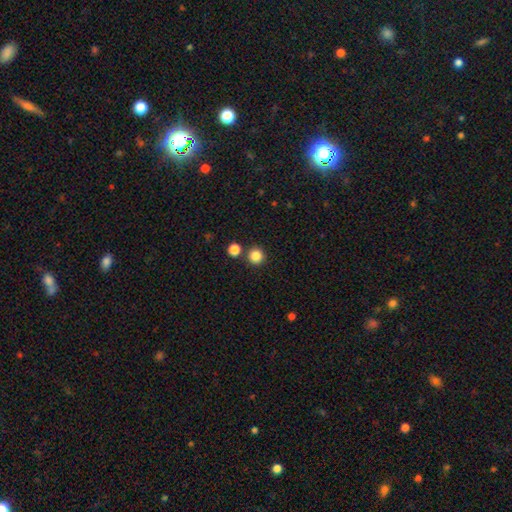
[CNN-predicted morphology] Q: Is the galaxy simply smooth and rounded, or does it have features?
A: smooth — 85%.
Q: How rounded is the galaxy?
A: round — 95%.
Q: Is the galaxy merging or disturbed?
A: none — 85%.